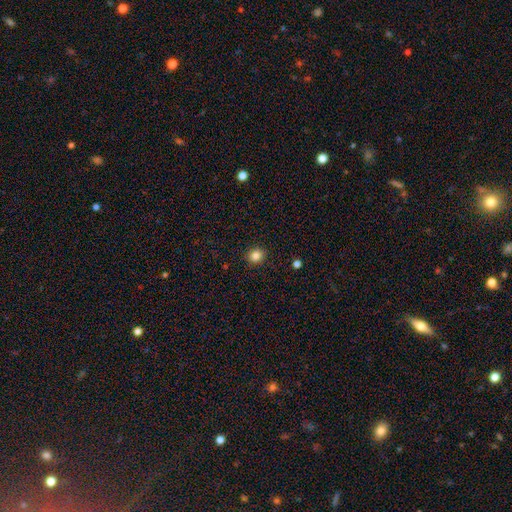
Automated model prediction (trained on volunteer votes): smooth 84%, star or artifact 11%, featured or disk 5%. Down the decision tree: how rounded — round (79%); merging — none (91%).